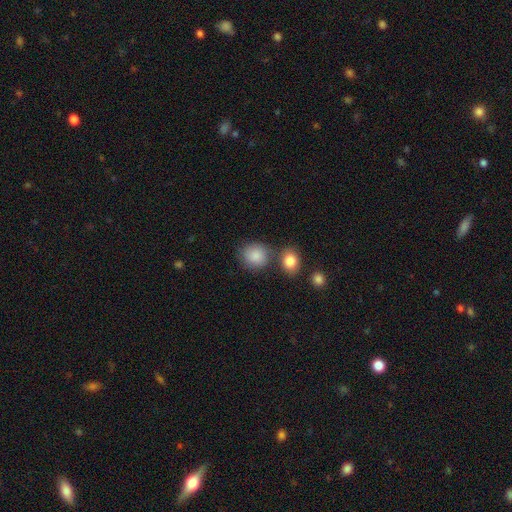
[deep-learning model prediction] This appears to be a smooth galaxy with no disk features (86%) that is round (78%). Merging: none (67%).